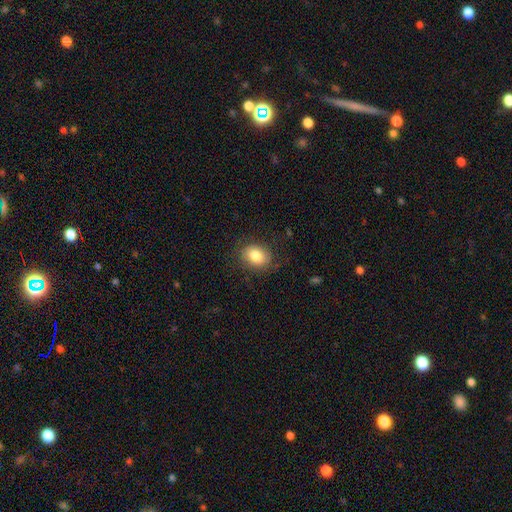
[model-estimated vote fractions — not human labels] A smooth galaxy with no disk features (82%) that is in between round and cigar-shaped (61%). Merging: none (79%).